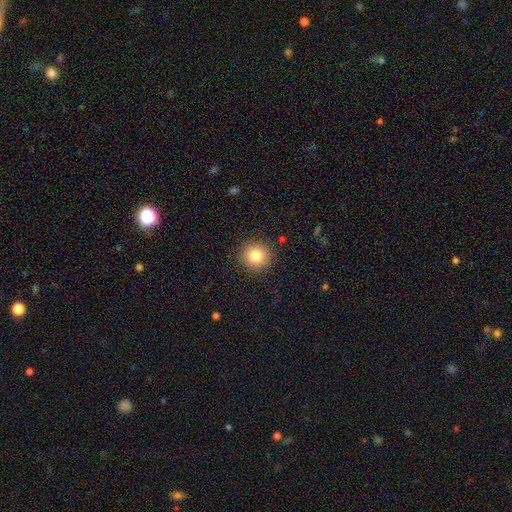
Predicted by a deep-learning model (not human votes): A smooth galaxy with no disk features (81%) that is round (94%). Merging: none (90%).